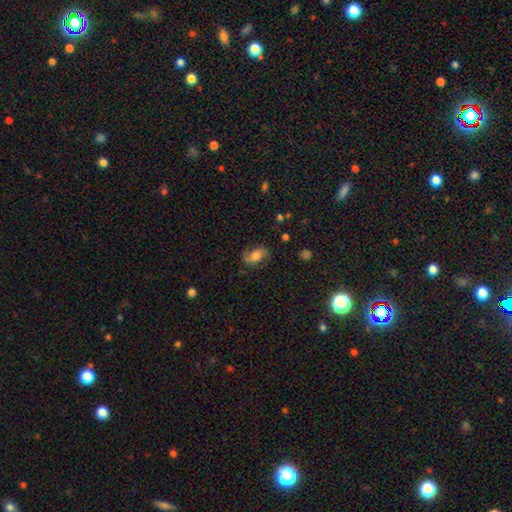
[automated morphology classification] Smooth or featured: featured or disk — 50% (smooth — 40%)
Merging: none — 70% (minor disturbance — 19%)